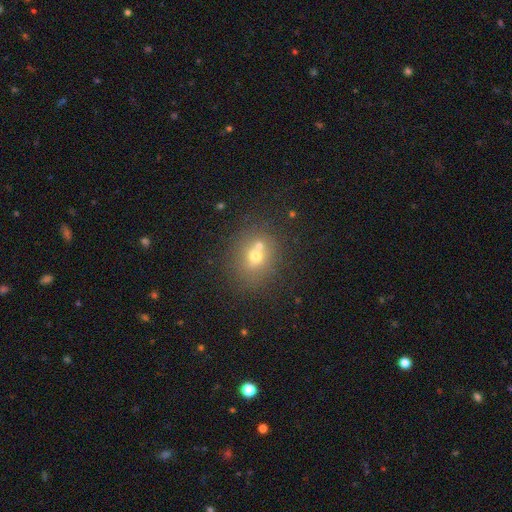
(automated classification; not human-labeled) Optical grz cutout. It shows a smooth galaxy with no disk features (61%) that is round (71%). Merging: none (52%).